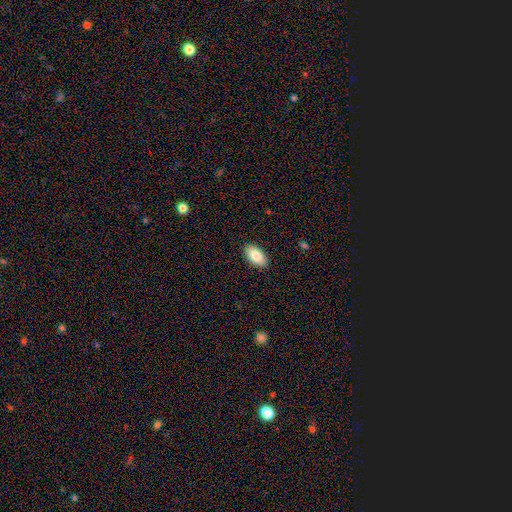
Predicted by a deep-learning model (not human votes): smooth-or-featured: smooth: 85% | featured or disk: 8% | star or artifact: 6%
  how-rounded: in between: 95% | round: 3% | cigar-shaped: 2%
  merging: none: 89% | minor disturbance: 8% | major disturbance: 2% | merger: 1%